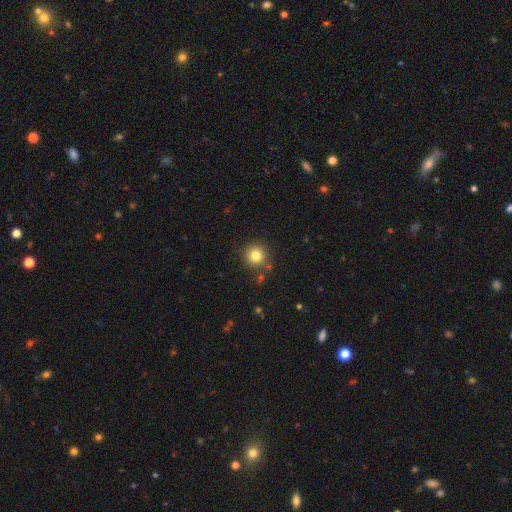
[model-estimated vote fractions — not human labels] Morphology: type=smooth (82%); roundness=round (95%); merging=none (84%).